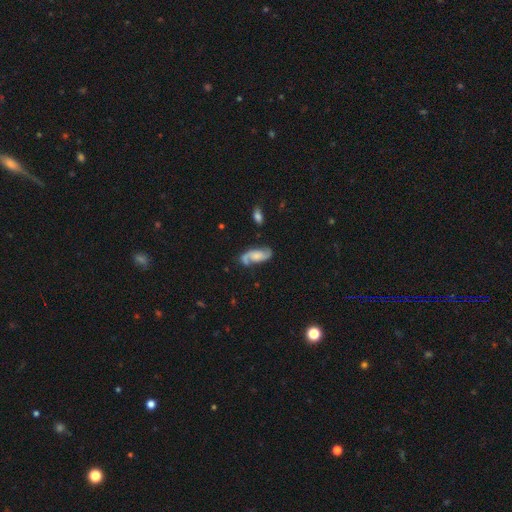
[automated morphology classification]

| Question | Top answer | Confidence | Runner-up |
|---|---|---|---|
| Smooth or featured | featured or disk | 81% | smooth (14%) |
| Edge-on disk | no | 95% | yes (5%) |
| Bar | no | 58% | weak (33%) |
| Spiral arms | yes | 96% | no (4%) |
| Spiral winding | loose | 43% | medium (42%) |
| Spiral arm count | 2 | 91% | 1 (3%) |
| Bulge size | none | 29% | tied: small (29%), moderate (29%) |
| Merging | none | 74% | minor disturbance (16%) |